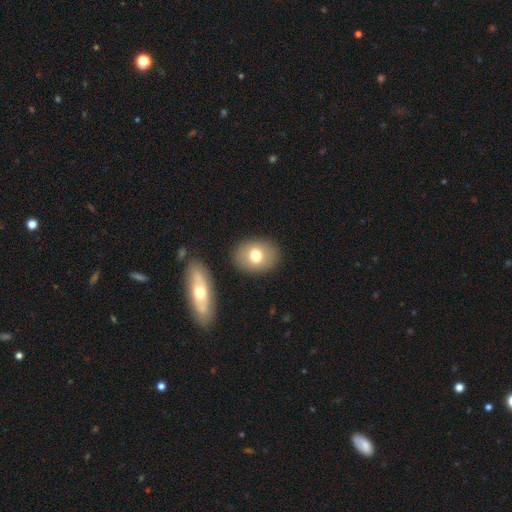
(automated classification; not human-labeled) Smooth or featured? Predicted: smooth (p=0.73). How rounded? Predicted: in between (p=0.59). Merging? Predicted: none (p=0.84).